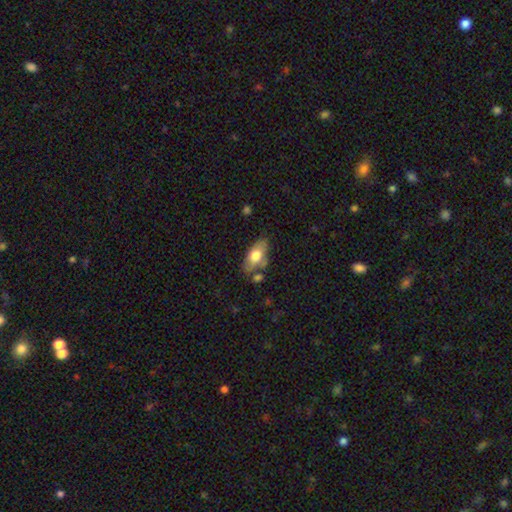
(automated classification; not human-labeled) Overall: smooth (67%). How rounded: in between (87%). Merging: none (63%).